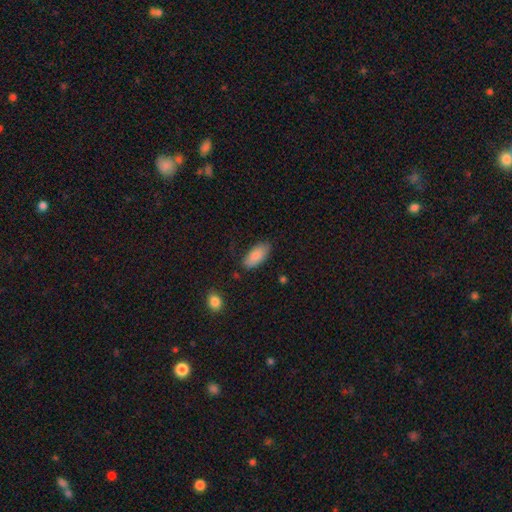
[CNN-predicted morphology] A smooth galaxy with no disk features (86%) that is in between round and cigar-shaped (90%).

Vote fractions:
- Smooth or featured? smooth: 86% / featured or disk: 8% / star or artifact: 6%
- How rounded? in between: 90% / cigar-shaped: 8% / round: 2%
- Merging? none: 79% / minor disturbance: 16% / major disturbance: 4% / merger: 2%